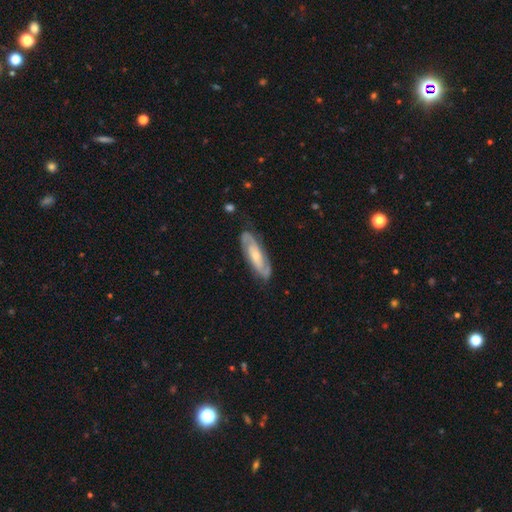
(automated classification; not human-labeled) Smooth or featured?
  - featured or disk: 77% *
  - smooth: 18%
  - star or artifact: 5%
Edge-on disk?
  - no: 86% *
  - yes: 14%
Bar?
  - no: 50% *
  - weak: 34%
  - strong: 17%
Spiral arms?
  - yes: 93% *
  - no: 7%
Spiral winding?
  - tight: 45% *
  - medium: 41%
  - loose: 13%
Spiral arm count?
  - 2: 82% *
  - can't tell: 11%
  - 3: 3%
  - 1: 2%
  - 4: 1%
  - more than 4: 1%
Bulge size?
  - small: 52% *
  - moderate: 39%
  - none: 4%
  - large: 3%
  - dominant: 1%
Merging?
  - none: 81% *
  - minor disturbance: 14%
  - major disturbance: 4%
  - merger: 1%